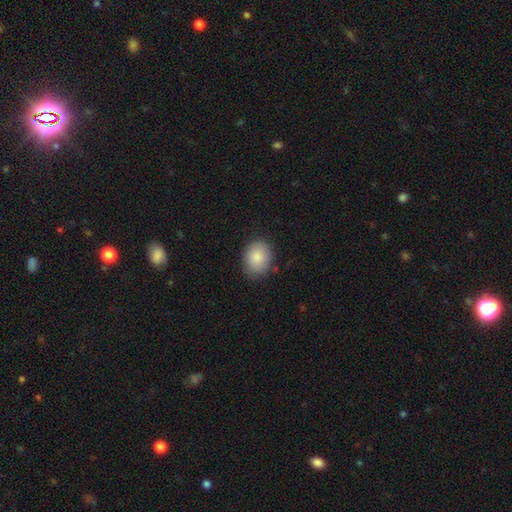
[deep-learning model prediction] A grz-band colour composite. It shows a smooth galaxy with no disk features (85%) that is in between round and cigar-shaped (57%). Merging: none (83%).